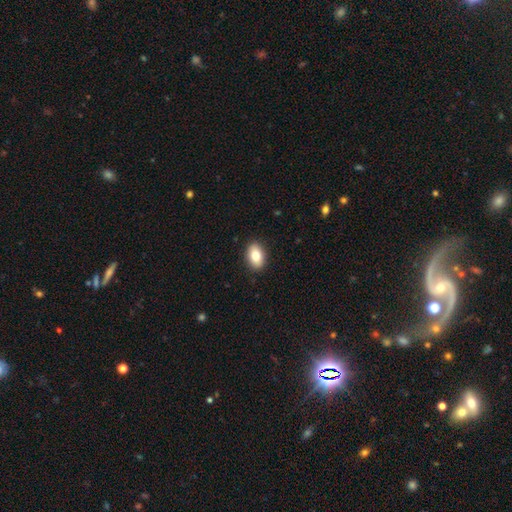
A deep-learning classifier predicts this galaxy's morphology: The model was most divided on "smooth or featured": smooth: 83%, featured or disk: 10%, star or artifact: 7%. More confident: merging — none (90%); how rounded — in between (87%).